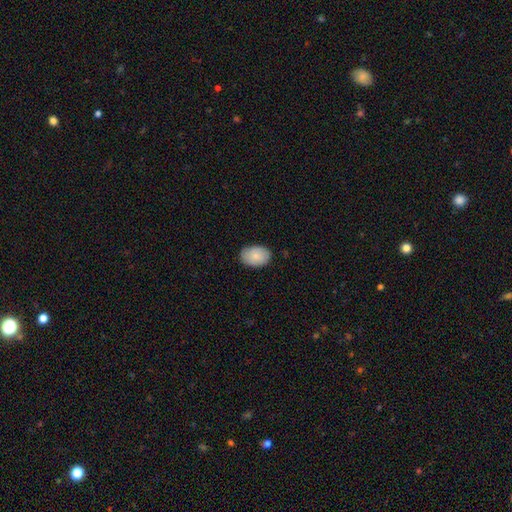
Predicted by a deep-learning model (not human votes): This is clearly a smooth galaxy (84%). How rounded: clearly in between (83%). Merging: clearly none (84%).